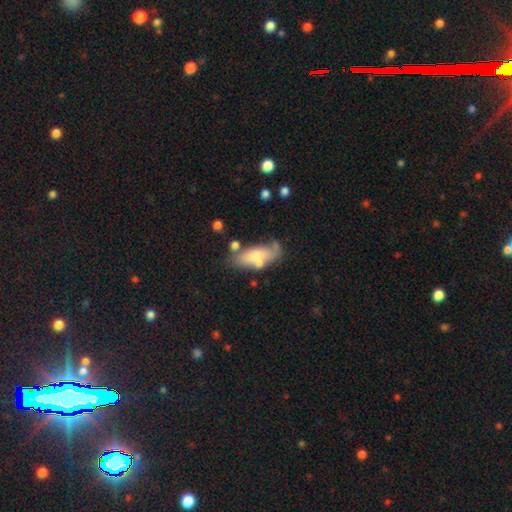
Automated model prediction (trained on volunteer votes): Smooth or featured?
  - smooth: 63% *
  - featured or disk: 29%
  - star or artifact: 7%
How rounded?
  - in between: 74% *
  - cigar-shaped: 24%
  - round: 3%
Merging?
  - none: 50% *
  - minor disturbance: 24%
  - merger: 15%
  - major disturbance: 11%